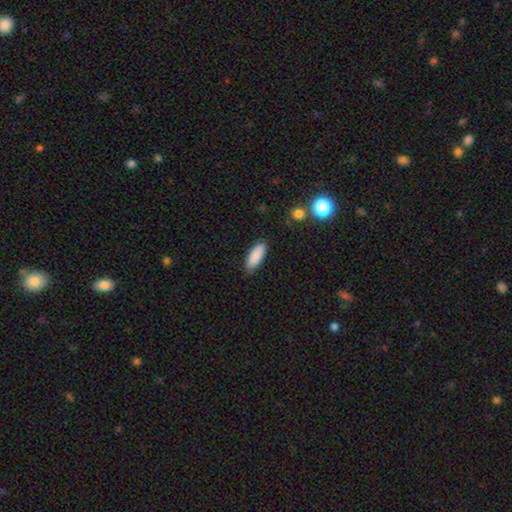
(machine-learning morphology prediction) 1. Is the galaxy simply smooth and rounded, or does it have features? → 88% smooth, 7% star or artifact, 5% featured or disk.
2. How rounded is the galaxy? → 69% in between, 29% cigar-shaped, 2% round.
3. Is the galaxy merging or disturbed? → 83% none, 13% minor disturbance, 2% major disturbance, 1% merger.